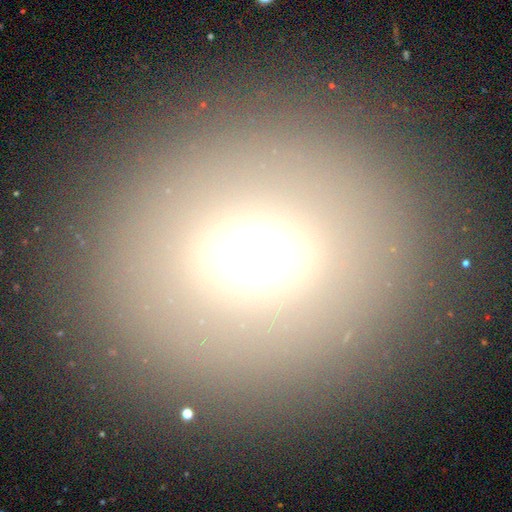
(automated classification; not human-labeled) smooth-or-featured: smooth: 57% | featured or disk: 22% | star or artifact: 21%
  how-rounded: round: 60% | in between: 38% | cigar-shaped: 2%
  merging: none: 84% | minor disturbance: 9% | major disturbance: 5% | merger: 2%